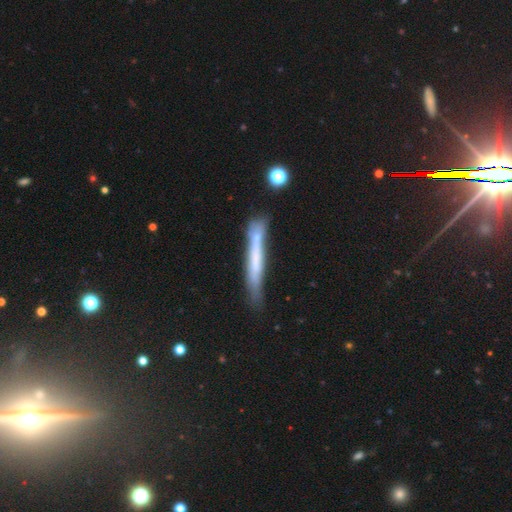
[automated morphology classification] A smooth galaxy with no disk features (51%) that is cigar-shaped (95%).

Vote fractions:
- Smooth or featured? smooth: 51% / featured or disk: 42% / star or artifact: 8%
- How rounded? cigar-shaped: 95% / in between: 3% / round: 1%
- Merging? none: 63% / minor disturbance: 21% / merger: 10% / major disturbance: 7%